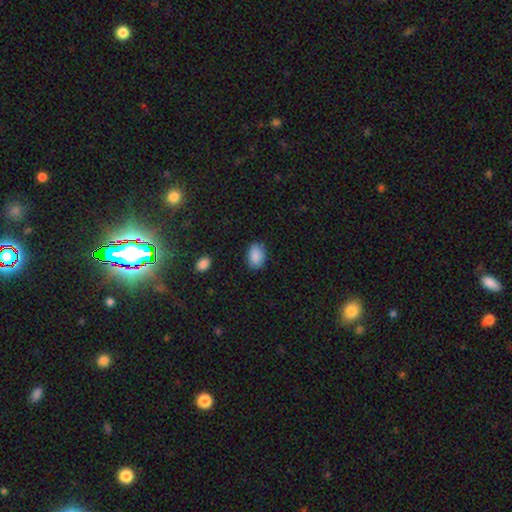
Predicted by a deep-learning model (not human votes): This is clearly a smooth galaxy (89%). How rounded: clearly in between (83%). Merging: clearly none (81%).